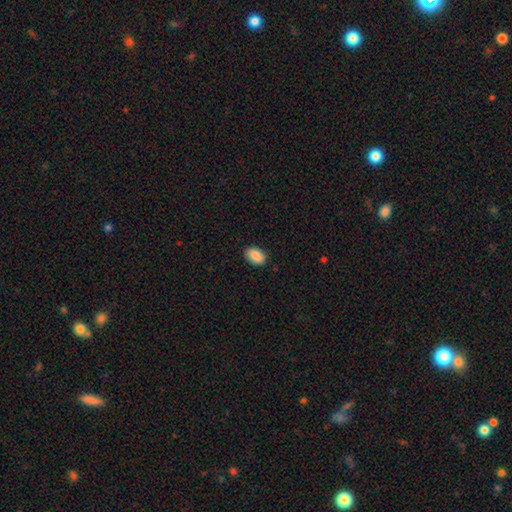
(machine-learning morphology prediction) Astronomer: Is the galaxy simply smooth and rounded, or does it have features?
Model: smooth — 90%.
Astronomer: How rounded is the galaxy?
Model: in between — 90%.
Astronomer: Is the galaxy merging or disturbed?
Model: none — 88%.